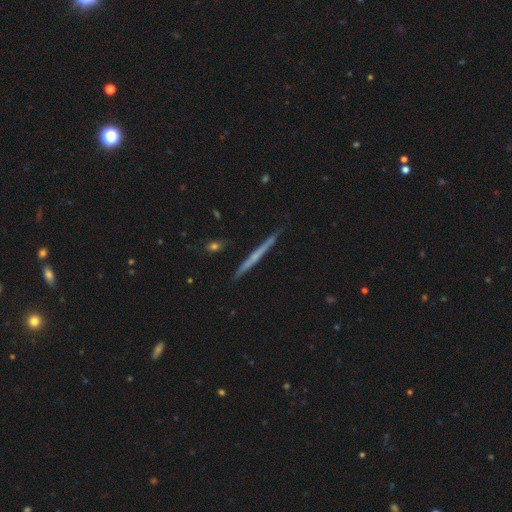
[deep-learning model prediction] Smooth or featured: featured or disk — 62% (smooth — 32%)
Edge-on disk: yes — 98% (no — 2%)
Edge-on bulge: none — 75% (rounded — 20%)
Merging: none — 89% (minor disturbance — 8%)